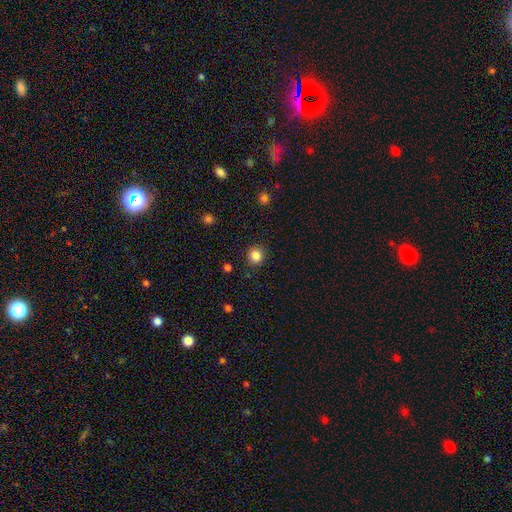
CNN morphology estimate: This is clearly a smooth galaxy (84%). How rounded: clearly round (89%). Merging: clearly none (91%).